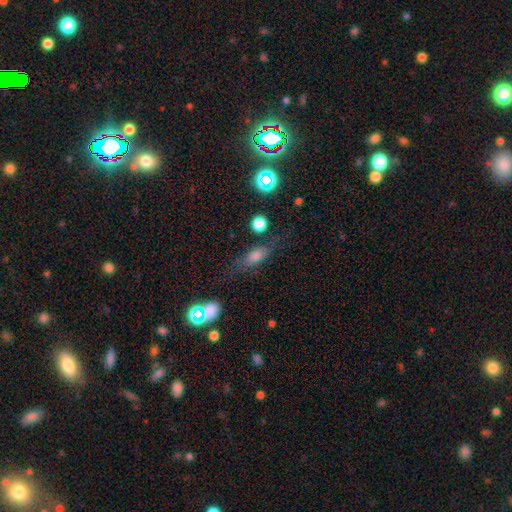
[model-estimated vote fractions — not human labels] smooth-or-featured: smooth: 56% | featured or disk: 29% | star or artifact: 15%
  how-rounded: in between: 48% | cigar-shaped: 42% | round: 10%
  merging: none: 67% | minor disturbance: 20% | major disturbance: 10% | merger: 4%